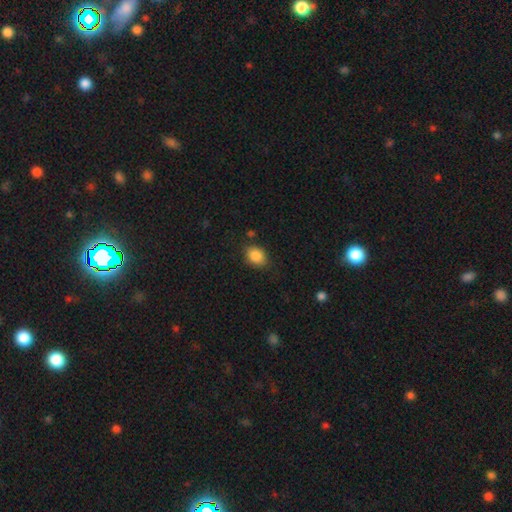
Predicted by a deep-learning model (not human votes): This appears to be a smooth galaxy with no disk features (87%) that is in between round and cigar-shaped (67%). Merging: none (81%).